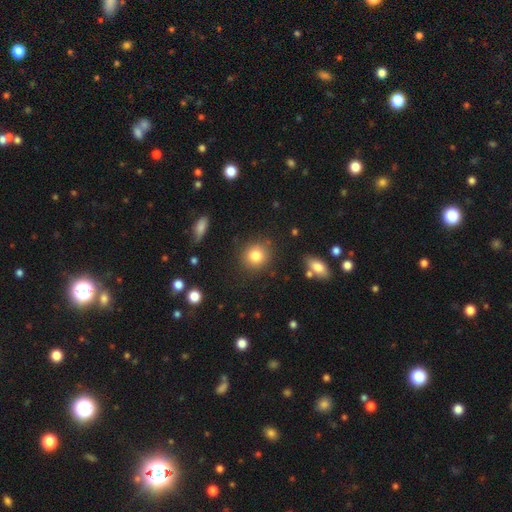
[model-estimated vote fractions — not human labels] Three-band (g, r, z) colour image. It shows a smooth galaxy with no disk features (83%) that is round (84%). Merging: none (86%).